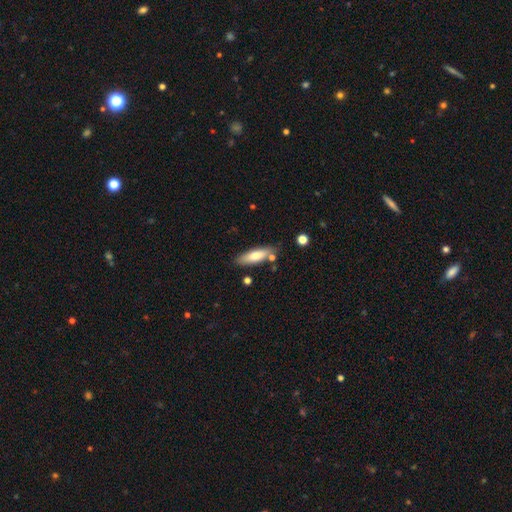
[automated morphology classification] A smooth galaxy with no disk features (71%) that is cigar-shaped (54%).

Vote fractions:
- Smooth or featured? smooth: 71% / featured or disk: 23% / star or artifact: 6%
- How rounded? cigar-shaped: 54% / in between: 44% / round: 2%
- Merging? none: 77% / minor disturbance: 14% / merger: 6% / major disturbance: 3%